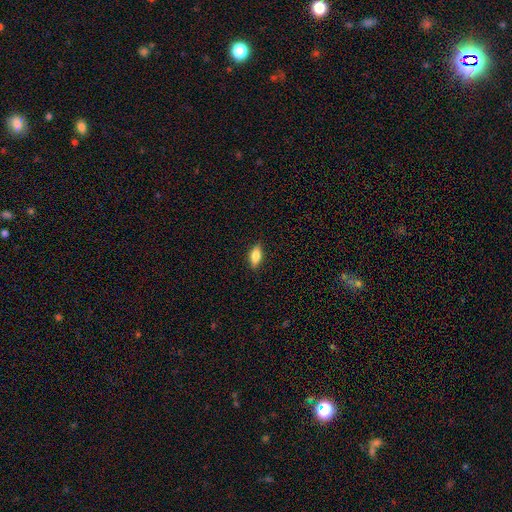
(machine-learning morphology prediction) This appears to be a smooth galaxy with no disk features (76%) that is in between round and cigar-shaped (82%). Merging: none (86%).